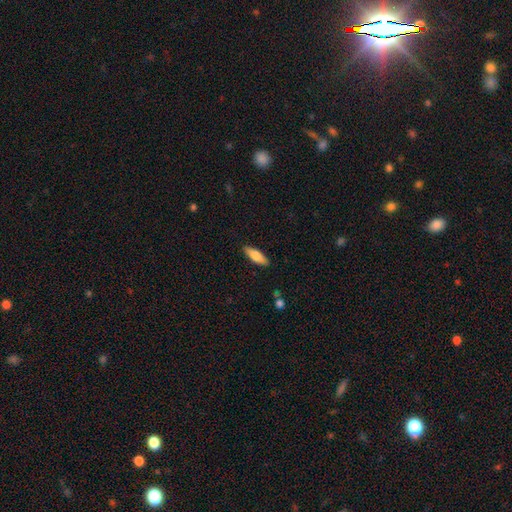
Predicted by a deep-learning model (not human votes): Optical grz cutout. It shows a smooth galaxy with no disk features (72%) that is in between round and cigar-shaped (50%). Merging: none (88%).